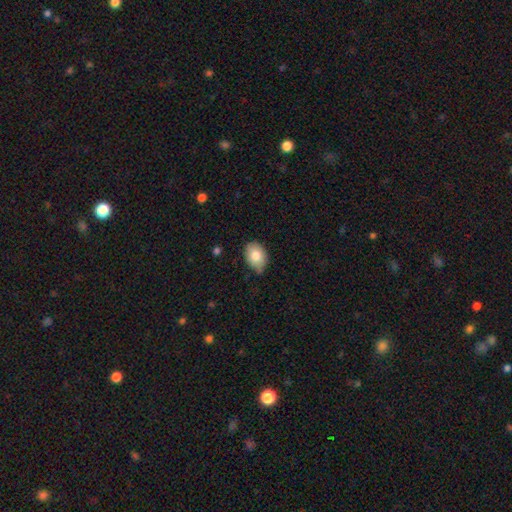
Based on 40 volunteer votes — smooth 82%, featured or disk 15%, star or artifact 2%. Down the decision tree: how rounded — in between (82%); merging — none (62%).